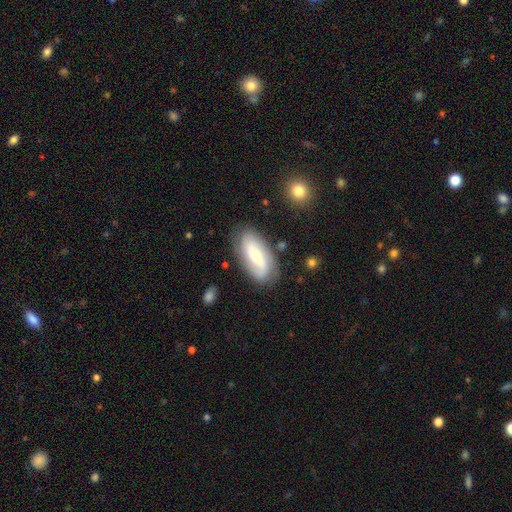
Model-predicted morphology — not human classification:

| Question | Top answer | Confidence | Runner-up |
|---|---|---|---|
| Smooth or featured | featured or disk | 61% | smooth (32%) |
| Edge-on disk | no | 91% | yes (9%) |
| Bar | weak | 38% | no (35%) |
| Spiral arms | yes | 86% | no (14%) |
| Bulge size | small | 52% | moderate (41%) |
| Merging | none | 80% | minor disturbance (14%) |